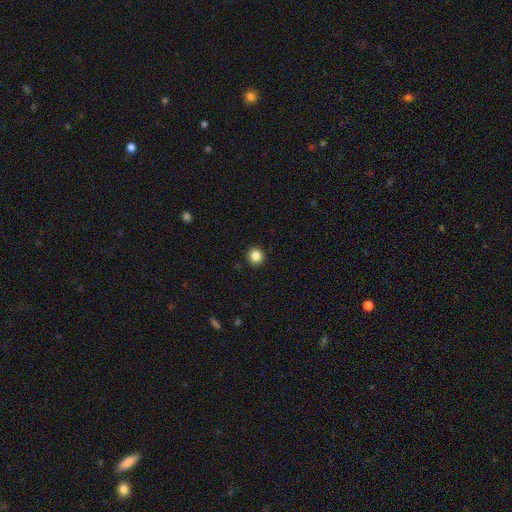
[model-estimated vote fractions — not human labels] Smooth or featured?
  - smooth: 85% *
  - star or artifact: 11%
  - featured or disk: 4%
How rounded?
  - round: 92% *
  - in between: 7%
  - cigar-shaped: 1%
Merging?
  - none: 93% *
  - minor disturbance: 5%
  - major disturbance: 2%
  - merger: 1%